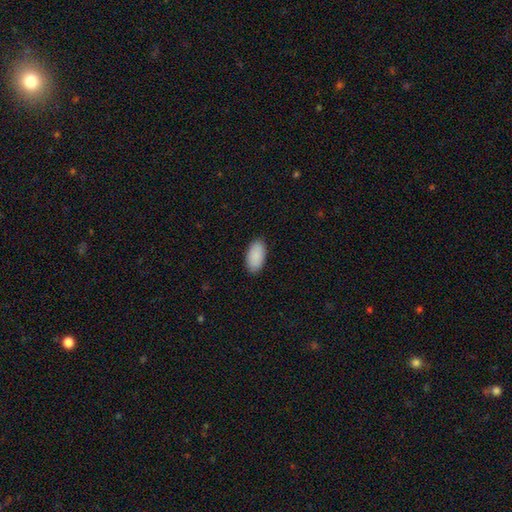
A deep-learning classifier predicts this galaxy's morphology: The model was most divided on "merging": none: 88%, minor disturbance: 9%, major disturbance: 2%, merger: 1%. More confident: how rounded — in between (96%); smooth or featured — smooth (91%).